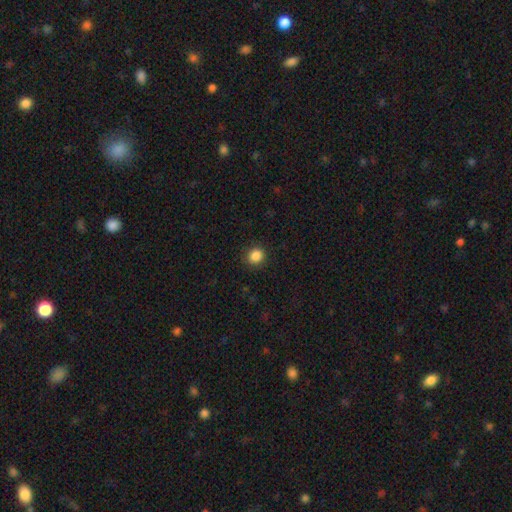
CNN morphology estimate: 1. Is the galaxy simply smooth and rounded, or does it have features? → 87% smooth, 10% star or artifact, 3% featured or disk.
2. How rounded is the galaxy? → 87% round, 12% in between, 1% cigar-shaped.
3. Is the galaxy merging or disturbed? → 90% none, 7% minor disturbance, 2% major disturbance, 1% merger.